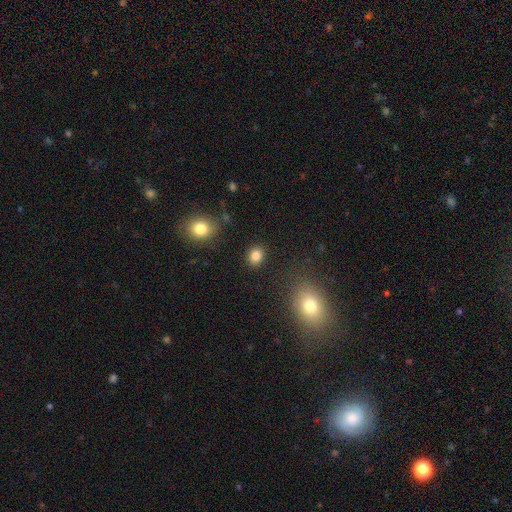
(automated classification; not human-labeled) This appears to be a smooth galaxy with no disk features (85%) that is round (55%). Merging: none (87%).